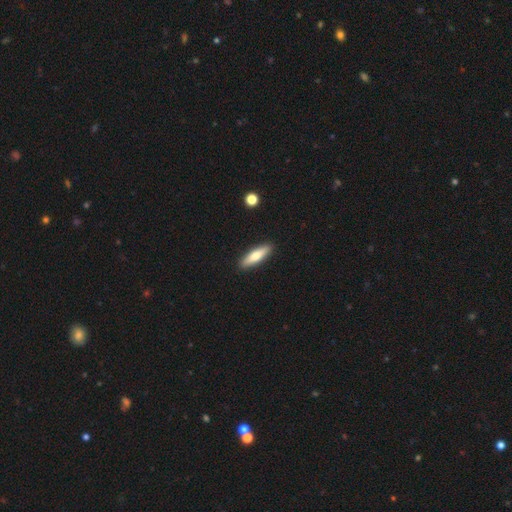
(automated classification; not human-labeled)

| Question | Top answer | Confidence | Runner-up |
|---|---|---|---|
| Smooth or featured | smooth | 65% | featured or disk (29%) |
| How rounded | cigar-shaped | 69% | in between (29%) |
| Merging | none | 91% | minor disturbance (7%) |